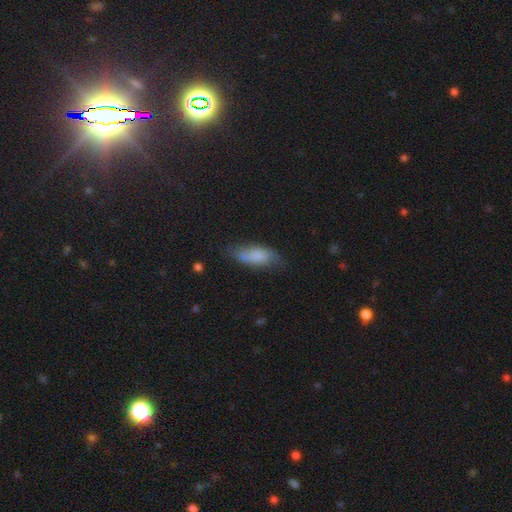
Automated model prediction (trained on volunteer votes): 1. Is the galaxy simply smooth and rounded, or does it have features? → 75% smooth, 17% featured or disk, 8% star or artifact.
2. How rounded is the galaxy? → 74% in between, 23% cigar-shaped, 3% round.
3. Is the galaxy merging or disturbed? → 59% none, 29% minor disturbance, 9% major disturbance, 3% merger.